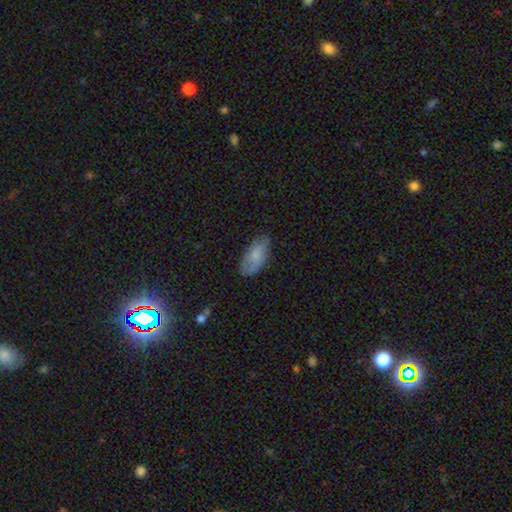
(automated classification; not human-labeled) smooth 74%, featured or disk 19%, star or artifact 7%. Down the decision tree: how rounded — in between (91%); merging — none (66%).